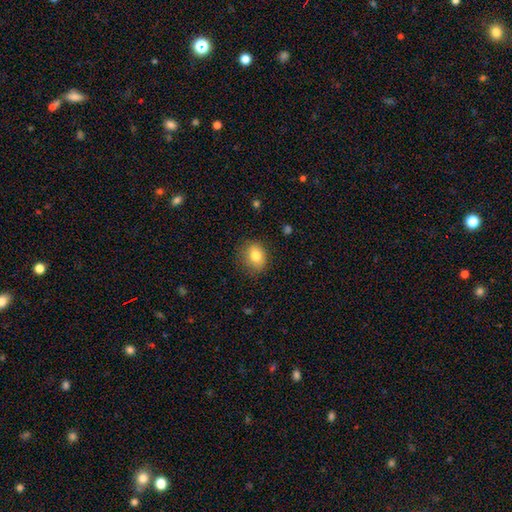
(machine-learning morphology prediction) Smooth or featured?
  - smooth: 80% *
  - star or artifact: 10%
  - featured or disk: 10%
How rounded?
  - round: 56% *
  - in between: 42%
  - cigar-shaped: 1%
Merging?
  - none: 80% *
  - minor disturbance: 15%
  - major disturbance: 4%
  - merger: 1%